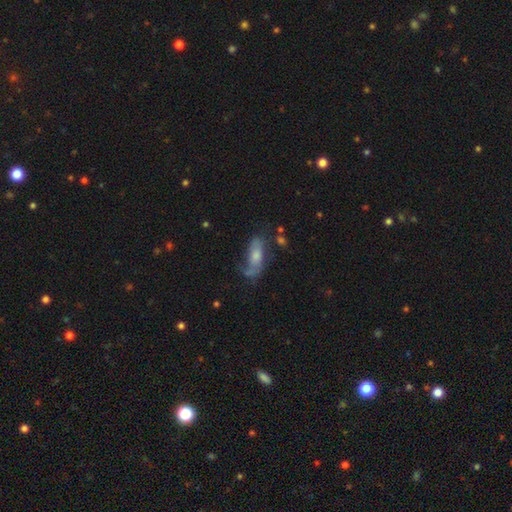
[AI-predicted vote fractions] Overall: featured or disk (48%; smooth 39%). Merging: none (50%; minor disturbance 25%).